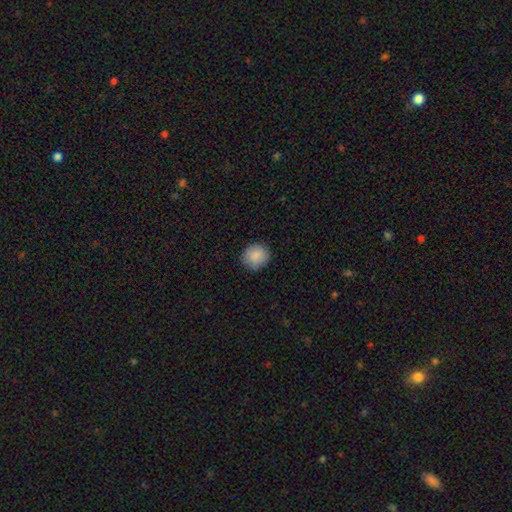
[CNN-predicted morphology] Q: Smooth or featured?
A: smooth (88%); runner-up: star or artifact (7%)
Q: How rounded?
A: round (85%); runner-up: in between (14%)
Q: Merging?
A: none (85%); runner-up: minor disturbance (11%)